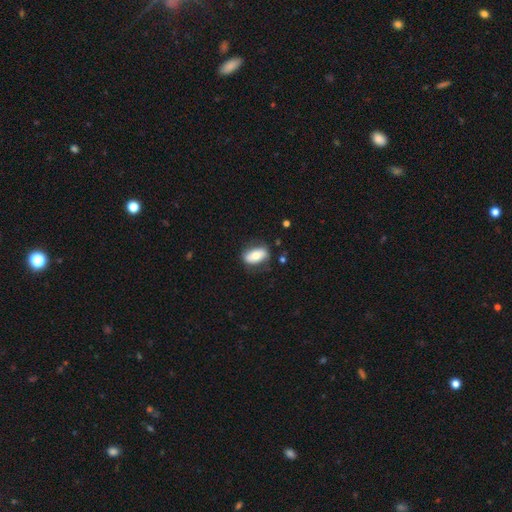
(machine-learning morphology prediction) type=smooth (70%); roundness=in between (90%); merging=none (75%).